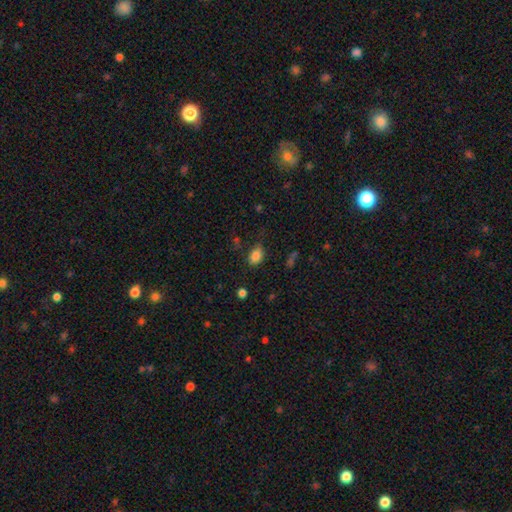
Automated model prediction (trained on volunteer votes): Q: Smooth or featured?
A: smooth (84%); runner-up: star or artifact (10%)
Q: How rounded?
A: in between (80%); runner-up: round (18%)
Q: Merging?
A: none (68%); runner-up: minor disturbance (23%)